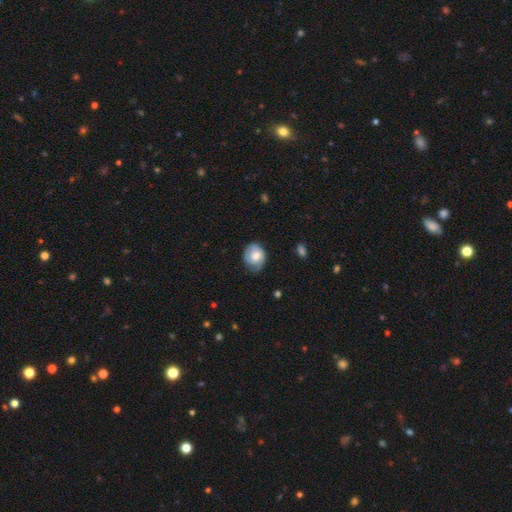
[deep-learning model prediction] Smooth or featured? smooth (61%)
How rounded? round (54%)
Merging? none (63%)